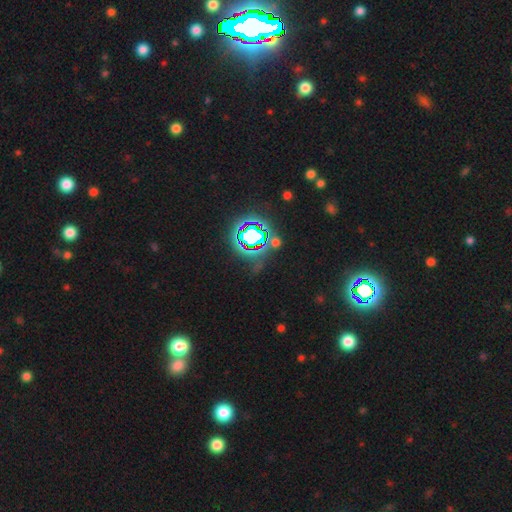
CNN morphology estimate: The model was most divided on "smooth or featured": star or artifact: 79%, smooth: 13%, featured or disk: 9%.